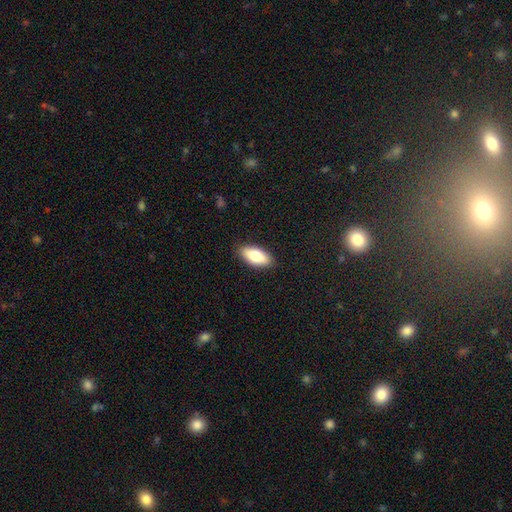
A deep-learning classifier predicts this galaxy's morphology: This appears to be a smooth galaxy with no disk features (79%) that is in between round and cigar-shaped (86%). Merging: none (88%).